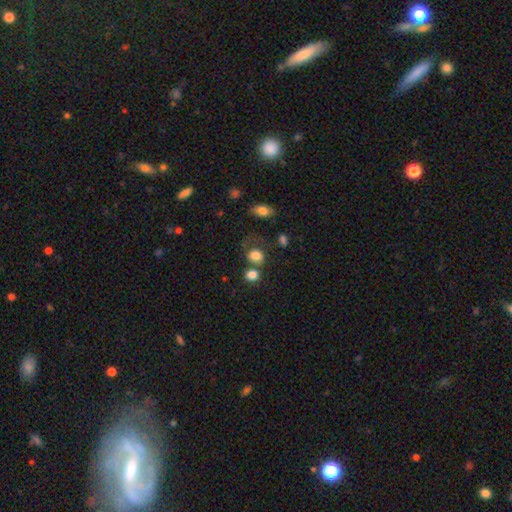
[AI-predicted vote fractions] A smooth galaxy with no disk features (81%) that is round (58%). Merging: none (47%).